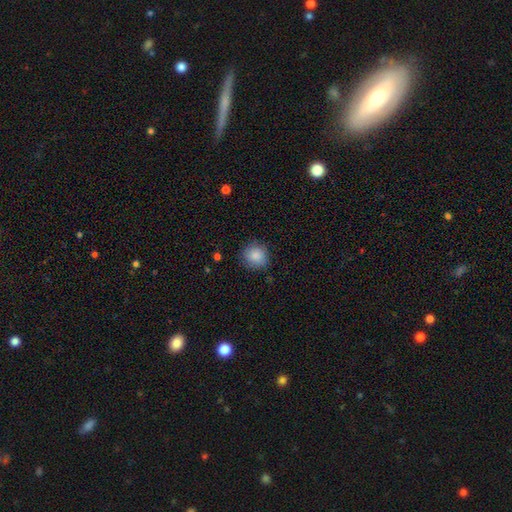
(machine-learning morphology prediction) type=smooth (87%); roundness=round (90%); merging=none (85%).